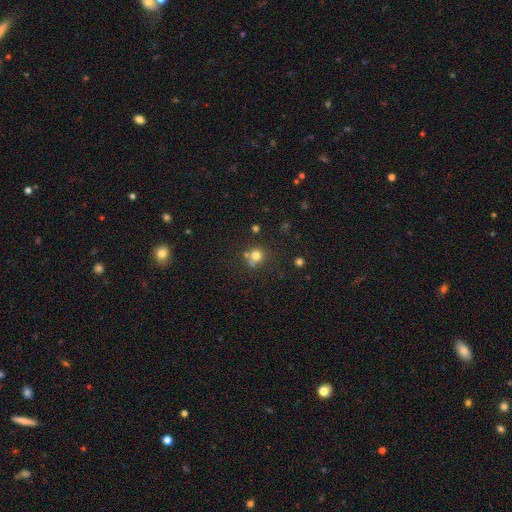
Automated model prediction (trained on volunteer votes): Smooth or featured?
  - smooth: 74% *
  - star or artifact: 15%
  - featured or disk: 10%
How rounded?
  - round: 85% *
  - in between: 14%
  - cigar-shaped: 1%
Merging?
  - none: 56% *
  - merger: 24%
  - minor disturbance: 14%
  - major disturbance: 6%